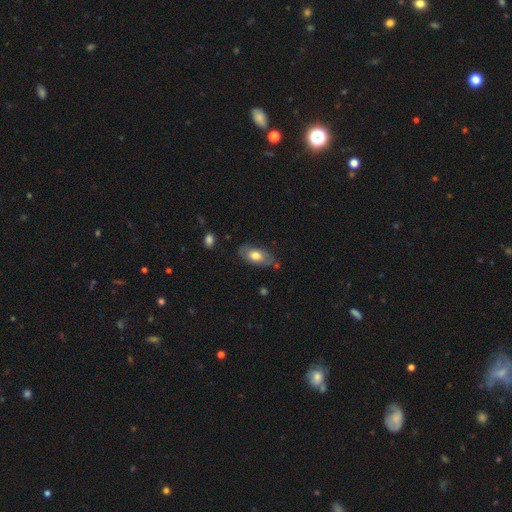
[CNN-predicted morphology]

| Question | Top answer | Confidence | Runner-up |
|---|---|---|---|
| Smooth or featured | smooth | 67% | featured or disk (26%) |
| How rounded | in between | 90% | round (6%) |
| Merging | none | 70% | minor disturbance (21%) |